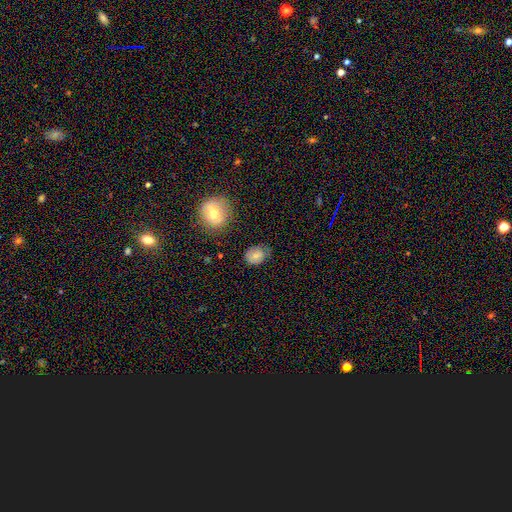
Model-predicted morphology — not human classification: Q: Smooth or featured?
A: smooth (72%); runner-up: featured or disk (18%)
Q: How rounded?
A: in between (55%); runner-up: round (44%)
Q: Merging?
A: none (66%); runner-up: minor disturbance (25%)